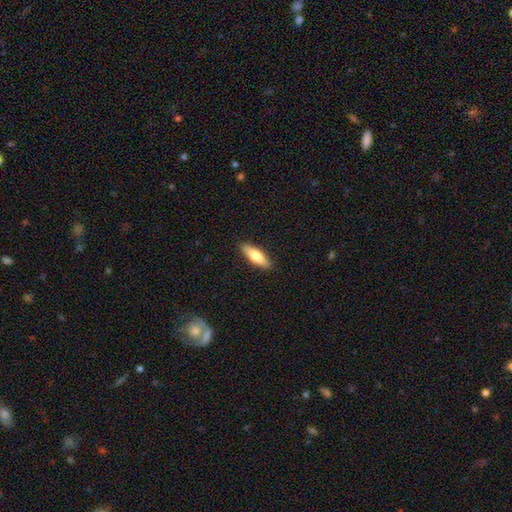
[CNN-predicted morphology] Smooth or featured?
  - smooth: 69% *
  - featured or disk: 26%
  - star or artifact: 6%
How rounded?
  - in between: 54% *
  - cigar-shaped: 44%
  - round: 2%
Merging?
  - none: 90% *
  - minor disturbance: 8%
  - major disturbance: 2%
  - merger: 1%